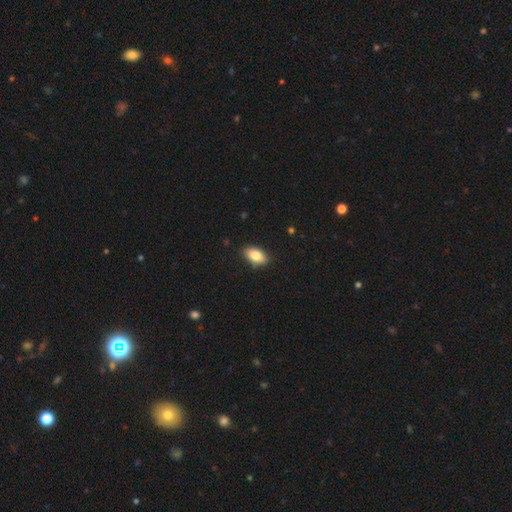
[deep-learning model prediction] A smooth galaxy with no disk features (84%) that is in between round and cigar-shaped (92%).

Vote fractions:
- Smooth or featured? smooth: 84% / featured or disk: 9% / star or artifact: 7%
- How rounded? in between: 92% / round: 6% / cigar-shaped: 3%
- Merging? none: 86% / minor disturbance: 11% / major disturbance: 2% / merger: 1%